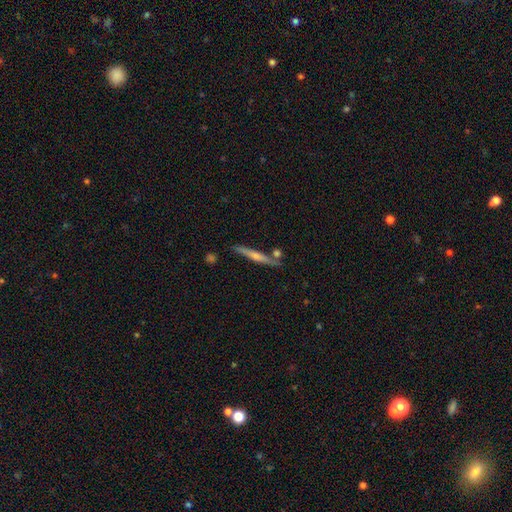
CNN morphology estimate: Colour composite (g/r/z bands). It shows a featured or disk galaxy (66%) viewed edge-on (97%) with a rounded central bulge (73%). Merging: none (83%).